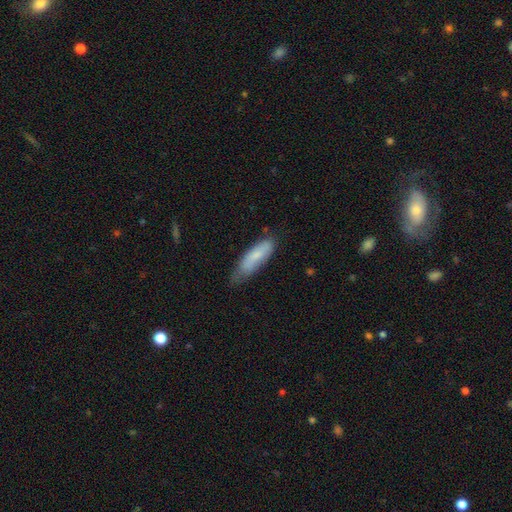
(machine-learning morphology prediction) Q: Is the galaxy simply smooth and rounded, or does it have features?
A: smooth — 76%.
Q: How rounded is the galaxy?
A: cigar-shaped — 53%.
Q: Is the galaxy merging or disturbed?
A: none — 52%.